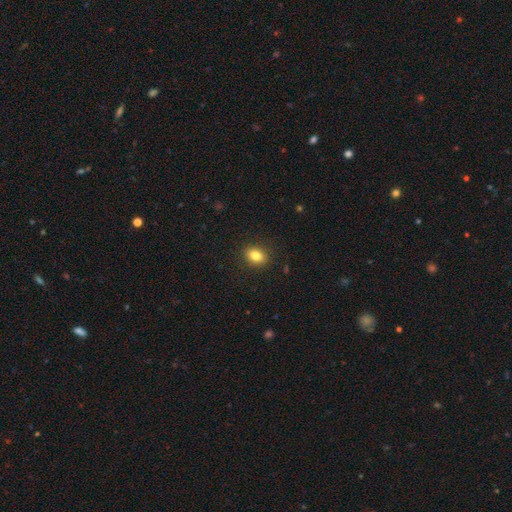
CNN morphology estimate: A smooth galaxy with no disk features (83%) that is in between round and cigar-shaped (71%).

Vote fractions:
- Smooth or featured? smooth: 83% / star or artifact: 10% / featured or disk: 8%
- How rounded? in between: 71% / round: 28% / cigar-shaped: 2%
- Merging? none: 89% / minor disturbance: 8% / major disturbance: 2% / merger: 1%